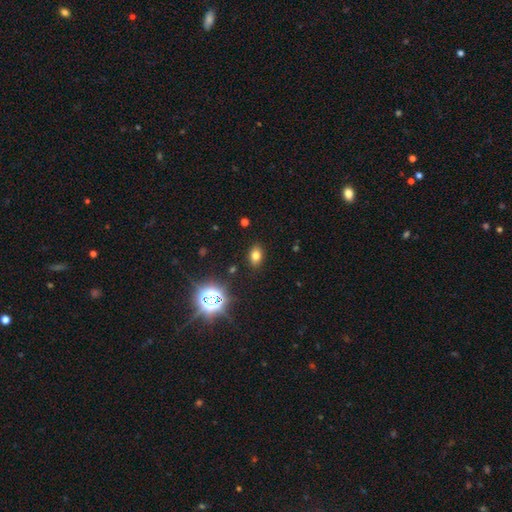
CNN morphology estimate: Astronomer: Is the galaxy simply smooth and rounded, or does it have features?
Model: smooth — 72%.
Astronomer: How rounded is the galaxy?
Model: in between — 82%.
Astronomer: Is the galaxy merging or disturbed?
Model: none — 87%.